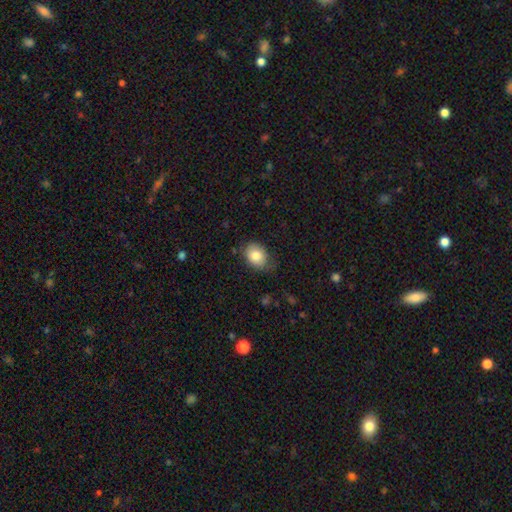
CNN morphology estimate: Q: Smooth or featured?
A: smooth (82%); runner-up: featured or disk (10%)
Q: How rounded?
A: in between (70%); runner-up: round (29%)
Q: Merging?
A: none (66%); runner-up: minor disturbance (26%)